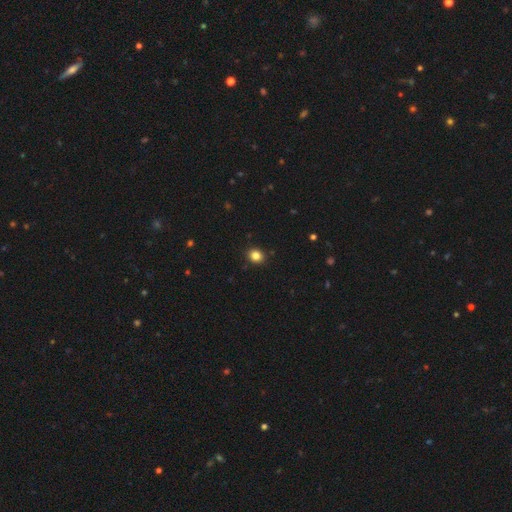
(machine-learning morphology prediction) Smooth or featured? smooth (84%)
How rounded? round (70%)
Merging? none (91%)